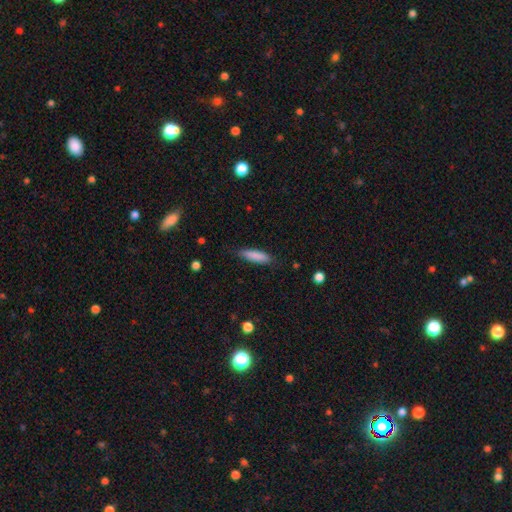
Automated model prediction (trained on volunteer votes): Q: Smooth or featured?
A: smooth (85%); runner-up: featured or disk (9%)
Q: How rounded?
A: cigar-shaped (68%); runner-up: in between (31%)
Q: Merging?
A: none (82%); runner-up: minor disturbance (14%)